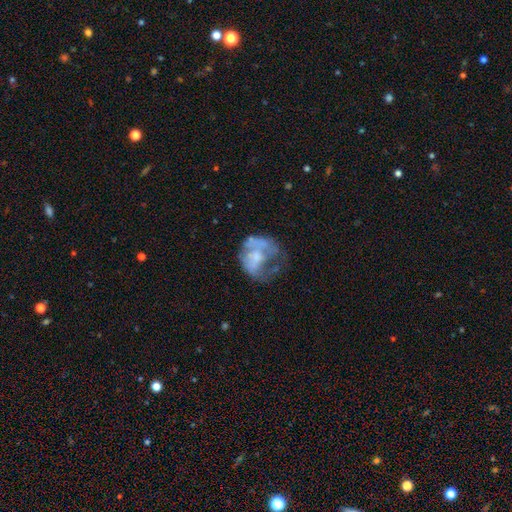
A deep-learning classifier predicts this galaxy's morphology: This is possibly a featured or disk galaxy (55%). It is clearly not viewed edge-on (98%). Bar: likely no (80%). Spiral arm pattern: likely no (77%). Central bulge: marginally none (39%). Merging: marginally major disturbance (43%).